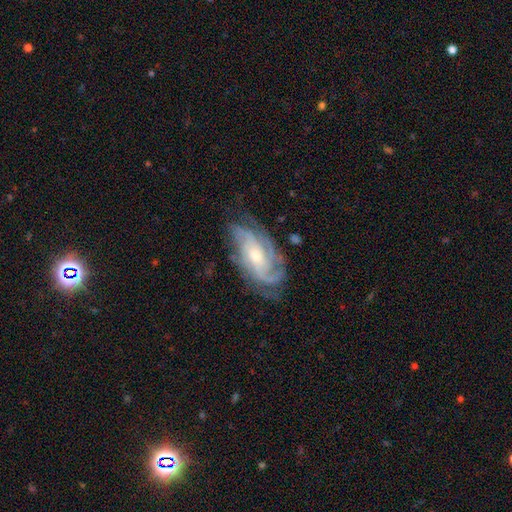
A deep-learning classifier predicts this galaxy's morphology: Smooth or featured: featured or disk — 88% (smooth — 7%)
Edge-on disk: no — 95% (yes — 5%)
Bar: no — 62% (weak — 29%)
Spiral arms: yes — 97% (no — 3%)
Spiral winding: tight — 51% (medium — 38%)
Spiral arm count: 3 — 36% (can't tell — 20%)
Bulge size: moderate — 48% (small — 47%)
Merging: none — 71% (minor disturbance — 20%)